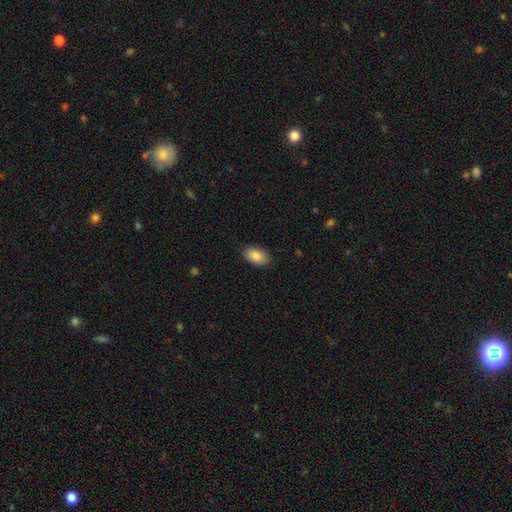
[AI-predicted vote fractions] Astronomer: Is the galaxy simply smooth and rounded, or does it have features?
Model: smooth — 87%.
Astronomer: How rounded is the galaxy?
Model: in between — 94%.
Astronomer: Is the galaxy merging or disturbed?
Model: none — 88%.